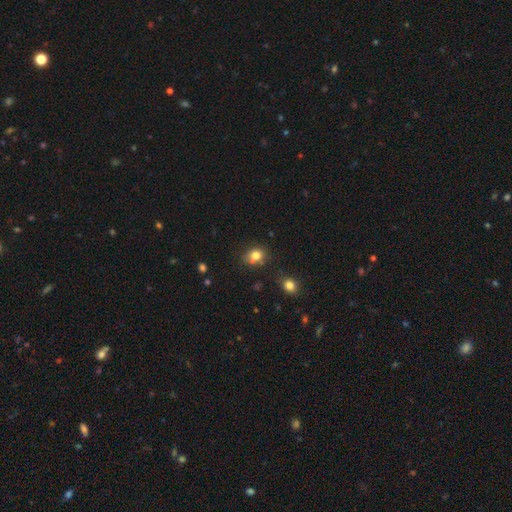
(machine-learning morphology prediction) This is likely a smooth galaxy (80%). How rounded: possibly round (54%). Merging: likely none (69%).